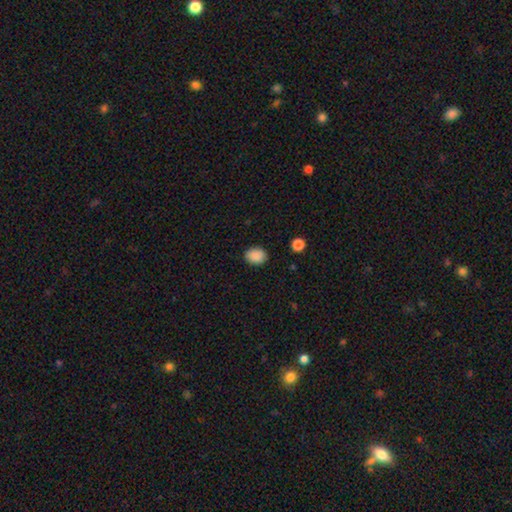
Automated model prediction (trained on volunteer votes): This is clearly a smooth galaxy (89%). How rounded: possibly in between (59%). Merging: clearly none (85%).